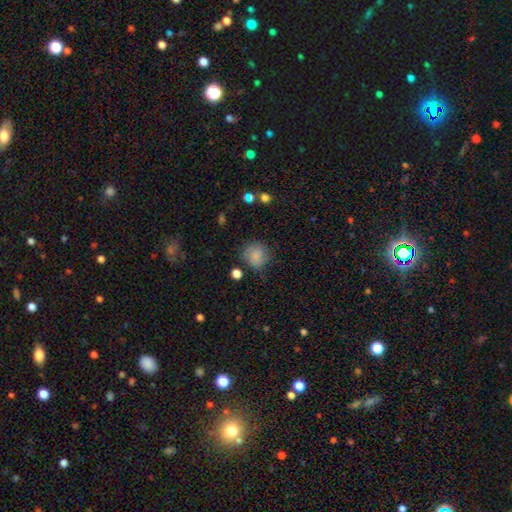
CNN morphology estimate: The model was most divided on "merging": none: 72%, minor disturbance: 19%, major disturbance: 6%, merger: 3%. More confident: how rounded — round (83%); smooth or featured — smooth (82%).